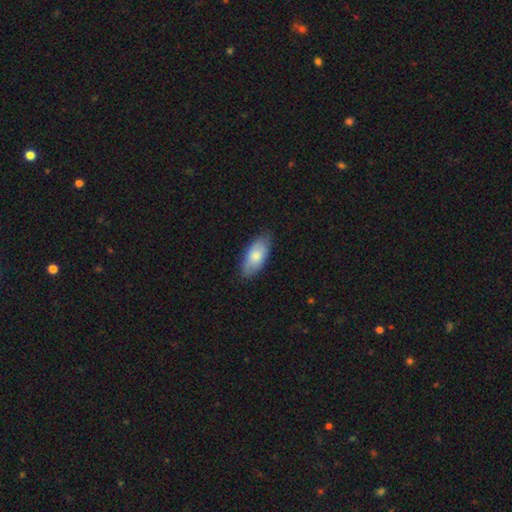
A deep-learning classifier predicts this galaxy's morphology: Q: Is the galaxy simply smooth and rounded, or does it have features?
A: smooth — 76%.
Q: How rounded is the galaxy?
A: in between — 88%.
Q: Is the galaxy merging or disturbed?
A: none — 80%.